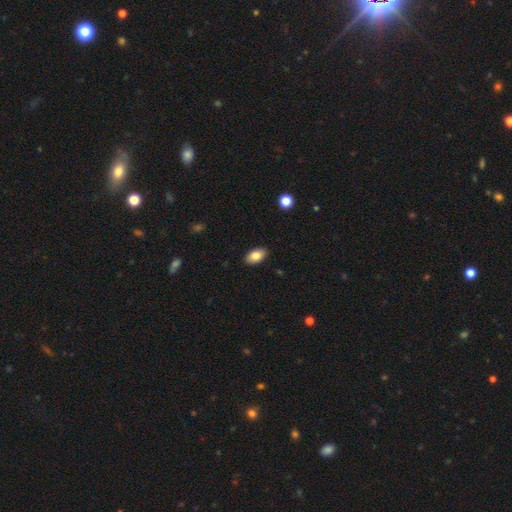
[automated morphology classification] Smooth or featured? smooth (85%)
How rounded? in between (93%)
Merging? none (89%)